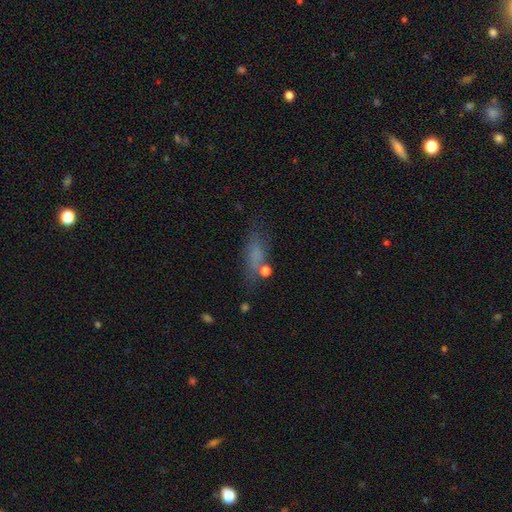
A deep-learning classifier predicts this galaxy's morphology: Overall: smooth (63%). How rounded: in between (56%; cigar-shaped 39%). Merging: none (61%).